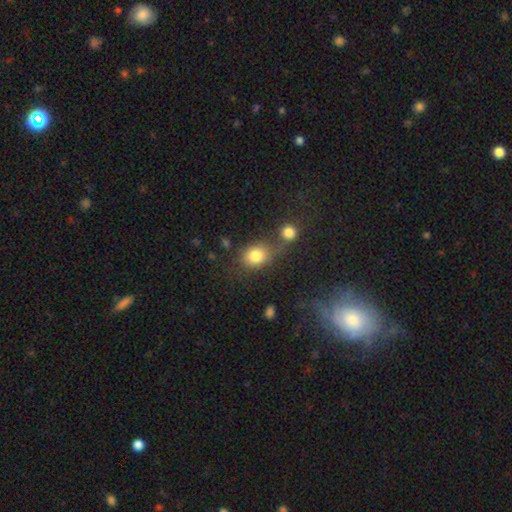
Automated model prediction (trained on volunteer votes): Smooth or featured? Predicted: smooth (p=0.82). How rounded? Predicted: in between (p=0.51). Merging? Predicted: none (p=0.51).